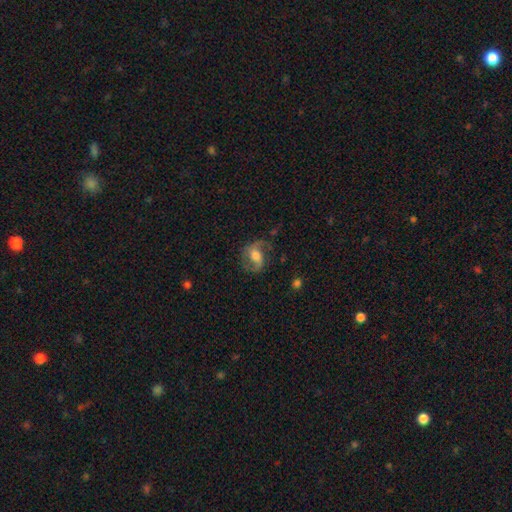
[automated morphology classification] type=featured or disk (69%); edge-on=no (97%); bar=weak (40%); spiral arms=yes (88%); winding=medium (47%); arm count=2 (82%); bulge=moderate (59%); merging=none (59%).